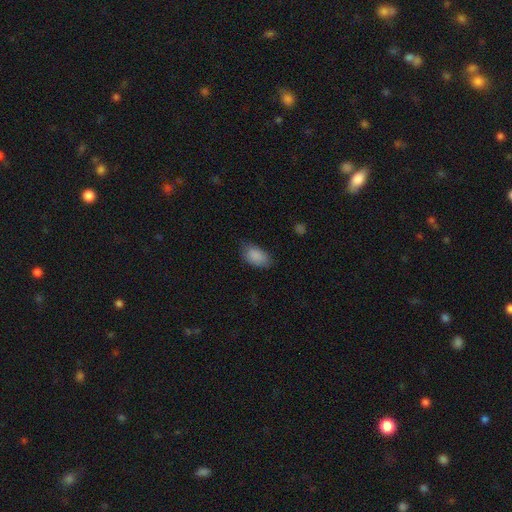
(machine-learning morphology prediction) Smooth or featured? smooth (88%)
How rounded? in between (93%)
Merging? none (71%)